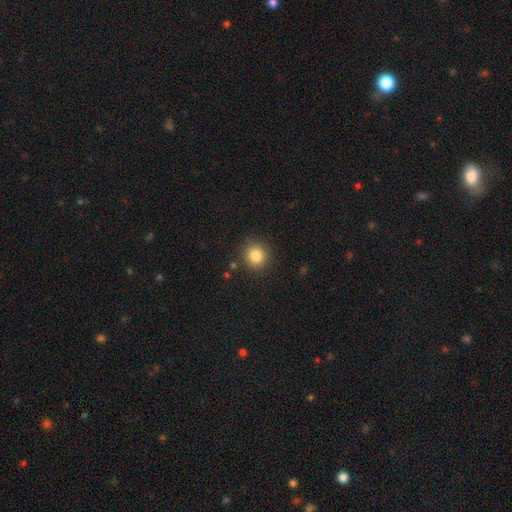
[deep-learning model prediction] A smooth galaxy with no disk features (83%) that is round (92%). Merging: none (88%).